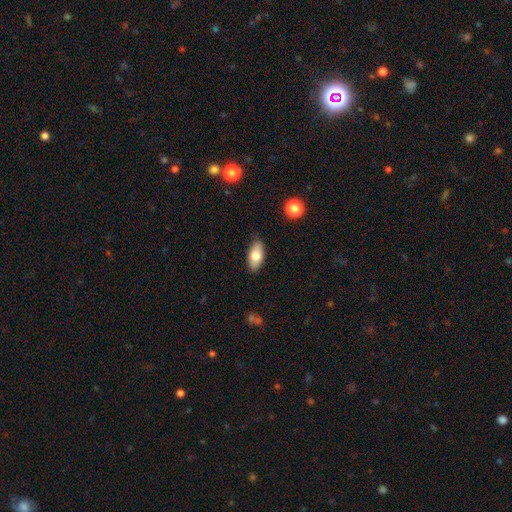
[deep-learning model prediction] Q: Smooth or featured?
A: smooth (78%); runner-up: featured or disk (15%)
Q: How rounded?
A: in between (90%); runner-up: cigar-shaped (7%)
Q: Merging?
A: none (83%); runner-up: minor disturbance (13%)